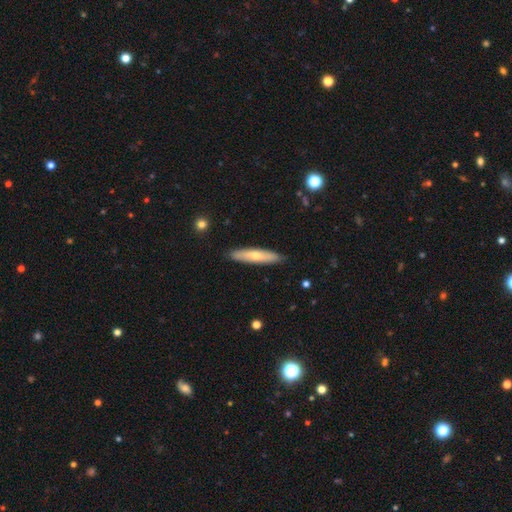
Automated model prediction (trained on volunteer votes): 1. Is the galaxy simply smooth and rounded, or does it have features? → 58% smooth, 37% featured or disk, 5% star or artifact.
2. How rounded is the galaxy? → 83% cigar-shaped, 16% in between, 2% round.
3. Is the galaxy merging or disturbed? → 89% none, 9% minor disturbance, 2% major disturbance, 1% merger.